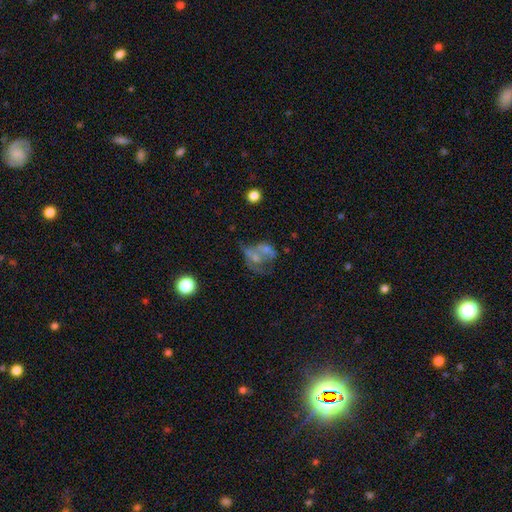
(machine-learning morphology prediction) A featured or disk galaxy (47%).

Vote fractions:
- Smooth or featured? featured or disk: 47% / smooth: 39% / star or artifact: 15%
- Merging? merger: 46% / major disturbance: 24% / none: 19% / minor disturbance: 11%